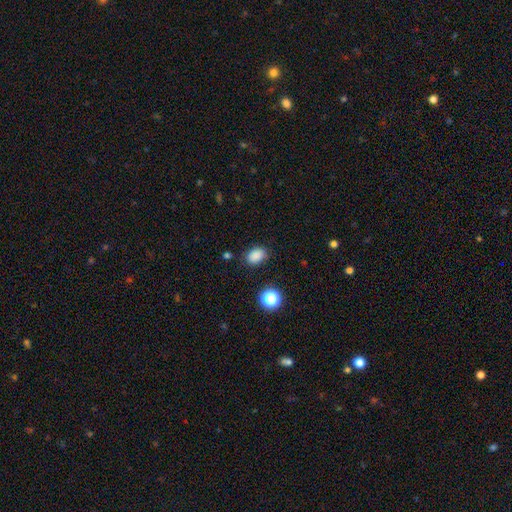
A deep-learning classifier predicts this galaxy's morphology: smooth 85%, star or artifact 11%, featured or disk 4%. Down the decision tree: how rounded — in between (75%); merging — none (83%).